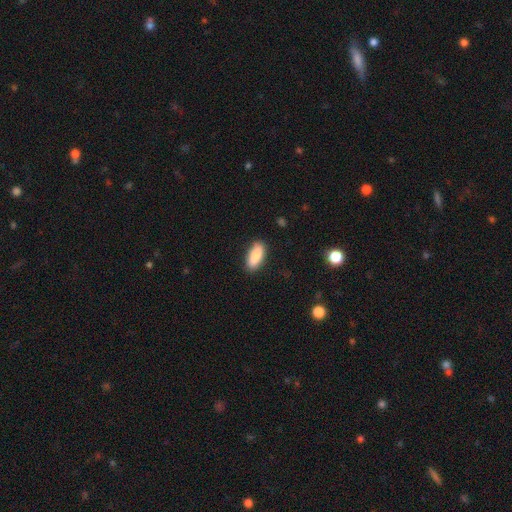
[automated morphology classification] Smooth or featured: smooth — 87% (featured or disk — 7%)
How rounded: in between — 83% (cigar-shaped — 15%)
Merging: none — 87% (minor disturbance — 10%)